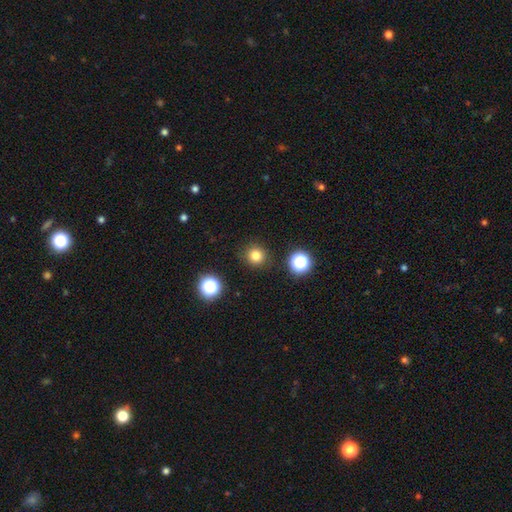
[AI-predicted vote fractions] Overall: smooth (80%). How rounded: round (94%). Merging: none (90%).